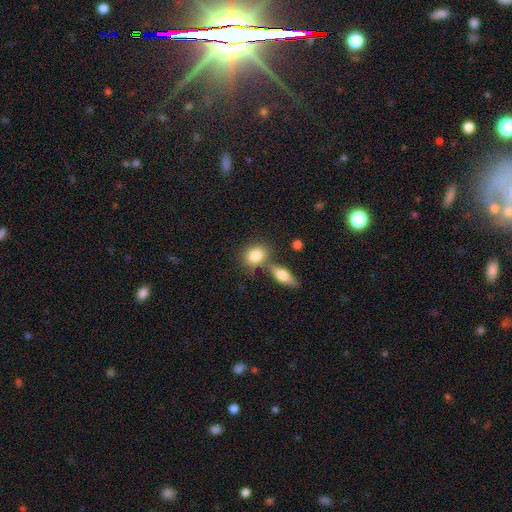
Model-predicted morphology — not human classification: A smooth galaxy with no disk features (82%) that is in between round and cigar-shaped (53%). Merging: none (54%).